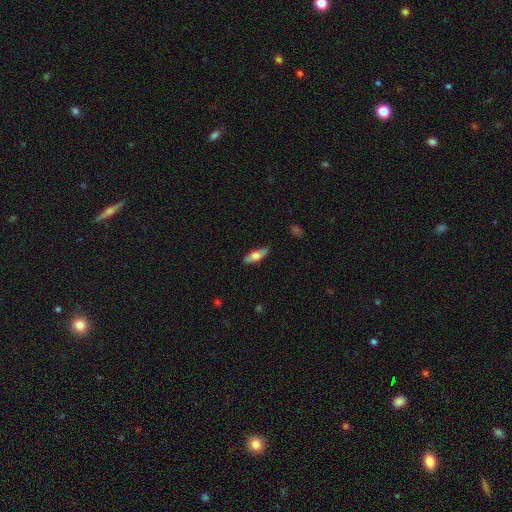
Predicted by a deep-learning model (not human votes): smooth 61%, featured or disk 33%, star or artifact 6%. Down the decision tree: how rounded — in between (55%); merging — none (86%).